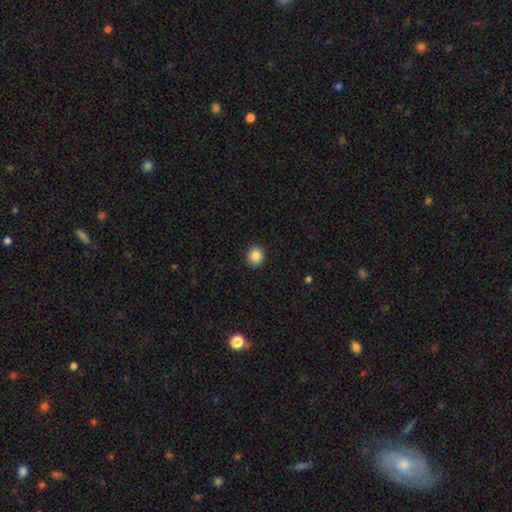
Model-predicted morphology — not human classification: The model was most divided on "smooth or featured": smooth: 86%, star or artifact: 10%, featured or disk: 4%. More confident: merging — none (91%); how rounded — round (88%).